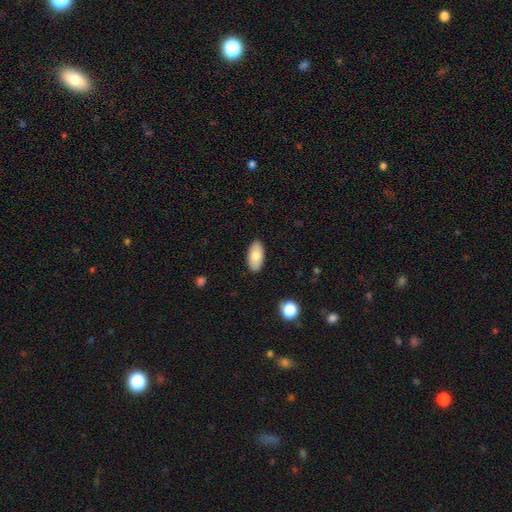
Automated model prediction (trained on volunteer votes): Smooth or featured?
  - smooth: 78% *
  - featured or disk: 15%
  - star or artifact: 6%
How rounded?
  - in between: 95% *
  - round: 3%
  - cigar-shaped: 3%
Merging?
  - none: 89% *
  - minor disturbance: 8%
  - major disturbance: 2%
  - merger: 1%